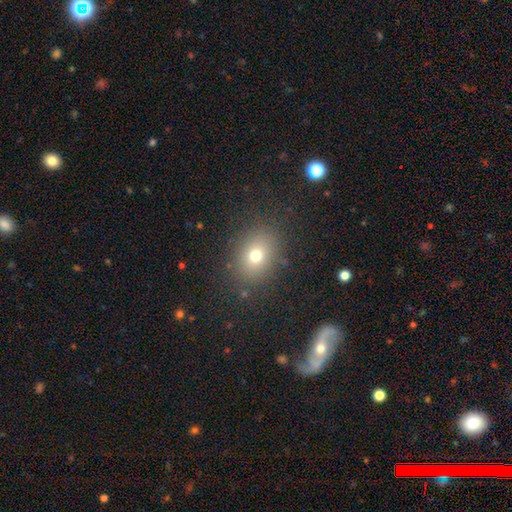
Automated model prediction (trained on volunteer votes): Morphology: type=smooth (72%); roundness=in between (50%); merging=none (84%).